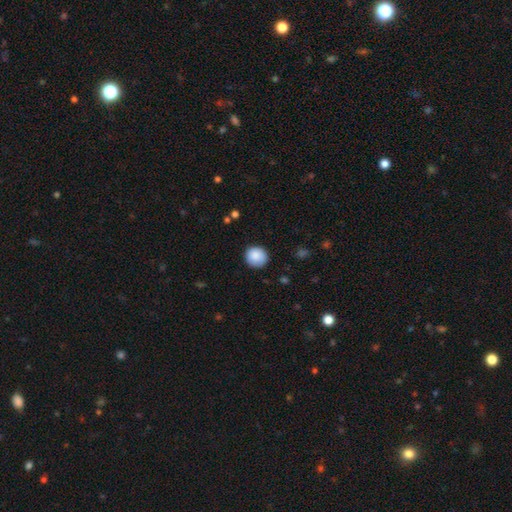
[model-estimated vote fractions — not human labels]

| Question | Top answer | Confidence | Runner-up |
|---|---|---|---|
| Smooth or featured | smooth | 88% | star or artifact (8%) |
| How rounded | round | 93% | in between (6%) |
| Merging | none | 86% | minor disturbance (10%) |